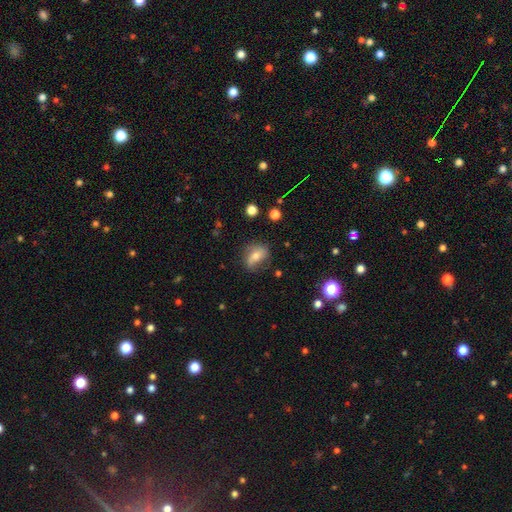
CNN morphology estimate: A smooth galaxy with no disk features (59%) that is in between round and cigar-shaped (66%). Merging: none (64%).